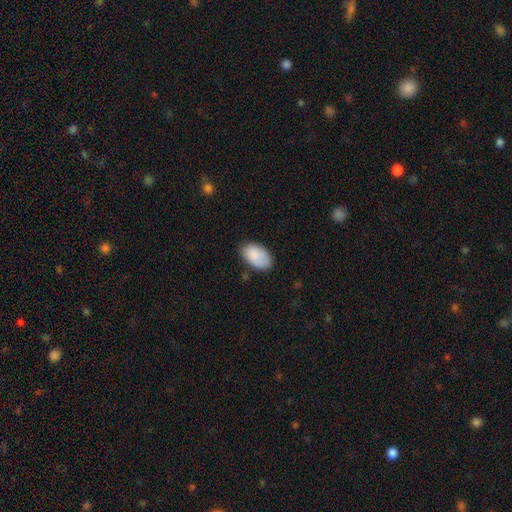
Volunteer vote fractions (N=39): A smooth galaxy with no disk features (85%) that is in between round and cigar-shaped (91%). Merging: none (64%).